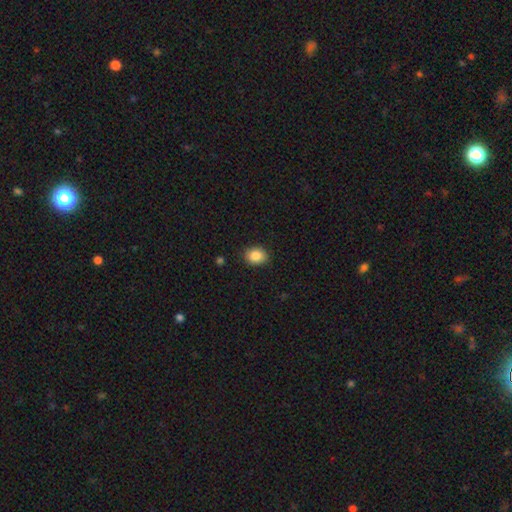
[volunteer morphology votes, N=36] This is clearly a smooth galaxy (89%). How rounded: likely round (72%). Merging: clearly none (85%).